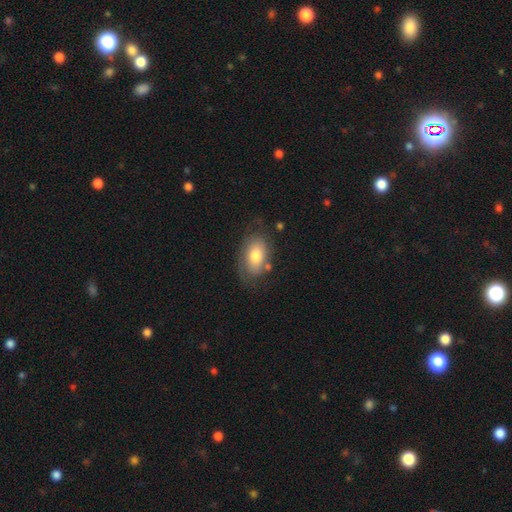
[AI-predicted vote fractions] Smooth or featured: smooth — 68% (featured or disk — 25%)
How rounded: in between — 89% (round — 10%)
Merging: none — 61% (minor disturbance — 23%)